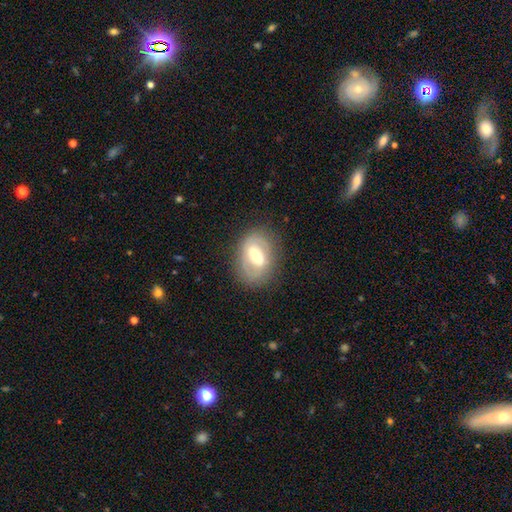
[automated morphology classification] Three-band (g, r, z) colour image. It shows a featured or disk galaxy (56%) with a weak bar (42%), no spiral arms (54%) and a moderate central bulge (62%). Merging: none (76%).